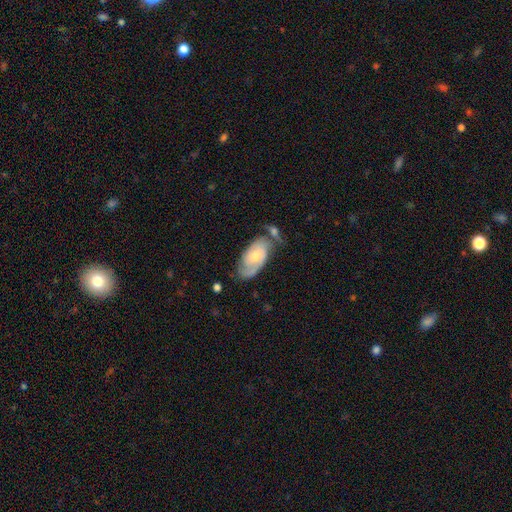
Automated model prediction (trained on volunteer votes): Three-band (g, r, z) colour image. It shows a featured or disk galaxy (70%) with no bar (69%), 2 (53%) tight (55%) spiral arms (87%) and a moderate central bulge (55%). Merging: none (48%).